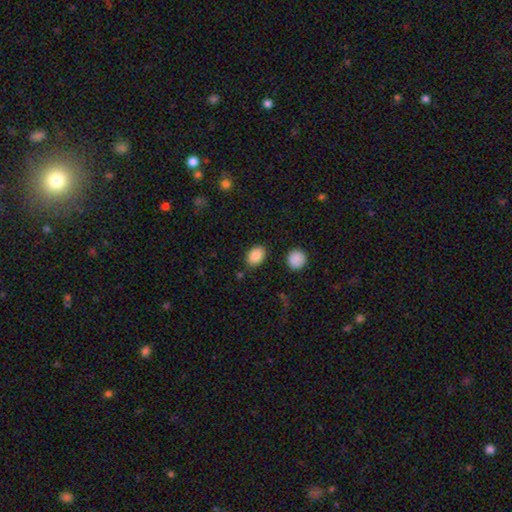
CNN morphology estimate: Smooth or featured? smooth (87%)
How rounded? in between (78%)
Merging? none (83%)